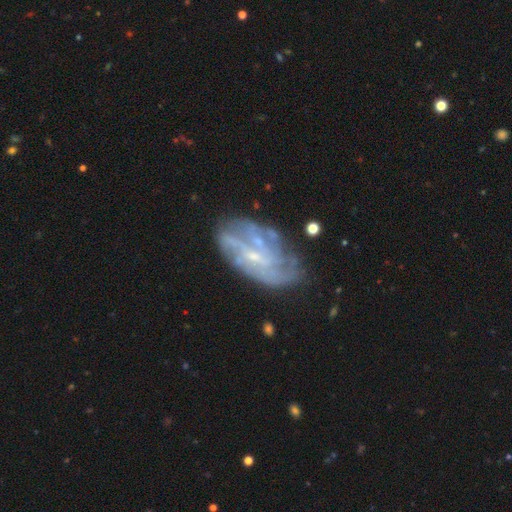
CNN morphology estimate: A featured or disk galaxy (78%) with no bar (44%), tight (42%) spiral arms (79%) and a small central bulge (72%). Merging: none (61%).